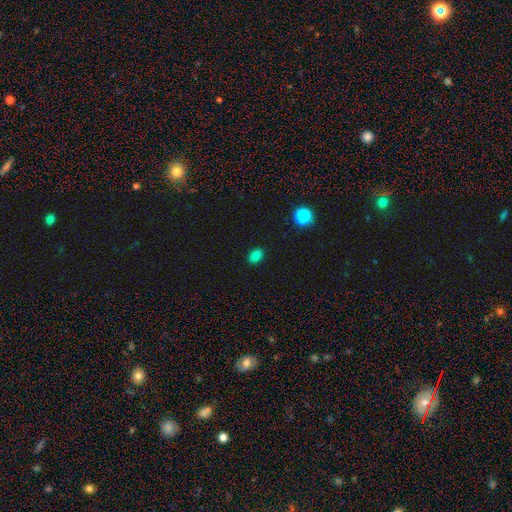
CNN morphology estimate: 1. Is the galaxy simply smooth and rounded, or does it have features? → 82% smooth, 14% star or artifact, 4% featured or disk.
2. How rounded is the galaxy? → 70% in between, 29% round, 1% cigar-shaped.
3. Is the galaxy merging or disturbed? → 88% none, 8% minor disturbance, 2% major disturbance, 1% merger.